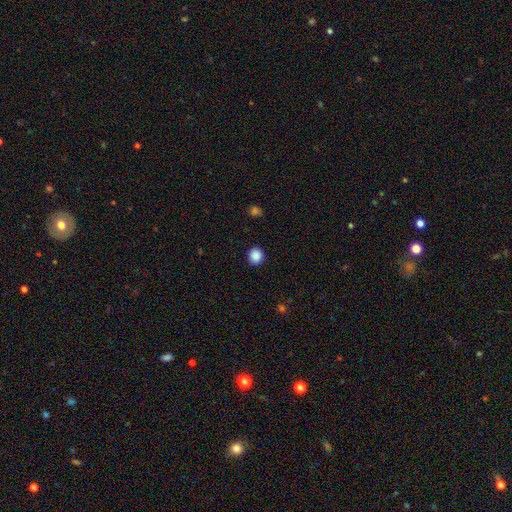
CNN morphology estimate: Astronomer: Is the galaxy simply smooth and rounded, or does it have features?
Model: smooth — 88%.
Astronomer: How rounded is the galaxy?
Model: round — 86%.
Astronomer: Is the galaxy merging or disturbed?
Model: none — 91%.